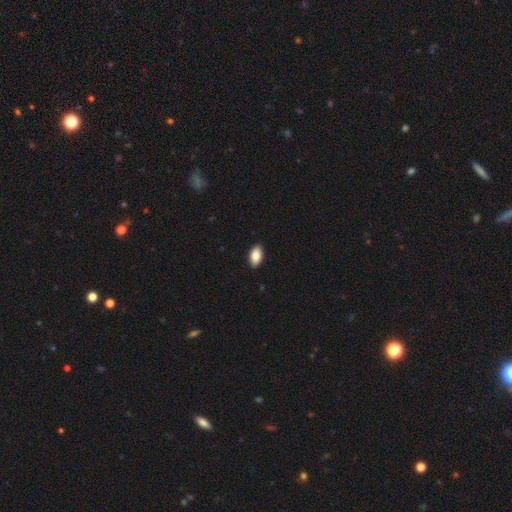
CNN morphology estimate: Smooth or featured: smooth — 85% (featured or disk — 8%)
How rounded: in between — 94% (round — 4%)
Merging: none — 90% (minor disturbance — 8%)